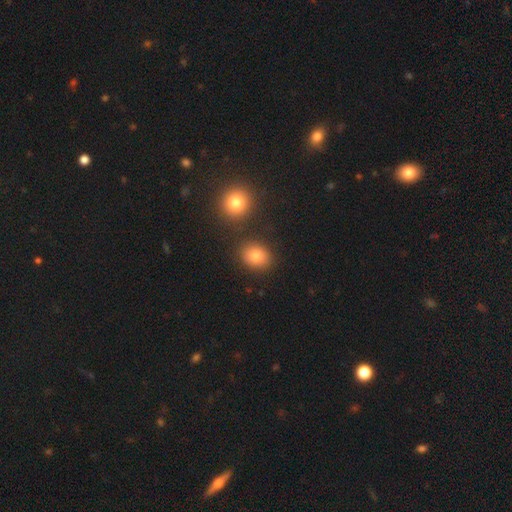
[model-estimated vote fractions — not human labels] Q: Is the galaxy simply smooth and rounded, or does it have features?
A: smooth — 81%.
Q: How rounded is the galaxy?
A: round — 57%.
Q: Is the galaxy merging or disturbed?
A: none — 83%.